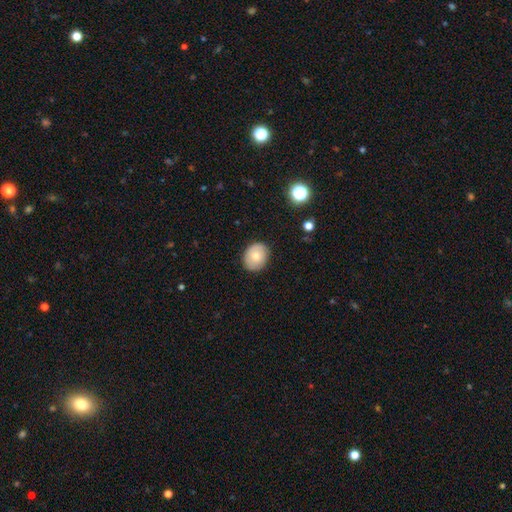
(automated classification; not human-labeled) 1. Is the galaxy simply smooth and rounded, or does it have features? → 74% smooth, 18% featured or disk, 8% star or artifact.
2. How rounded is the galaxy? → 51% round, 48% in between, 1% cigar-shaped.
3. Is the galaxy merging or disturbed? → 86% none, 11% minor disturbance, 2% major disturbance, 1% merger.